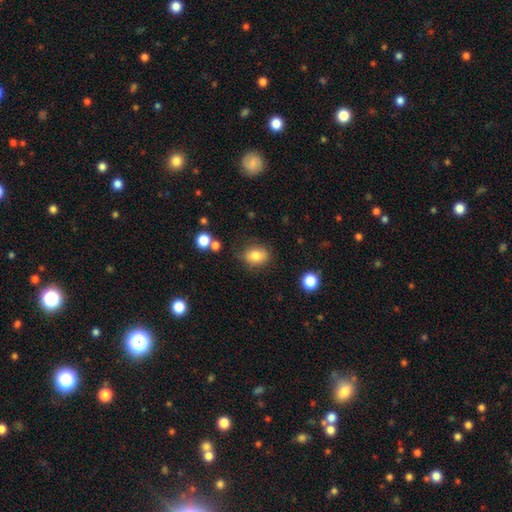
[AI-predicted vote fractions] smooth-or-featured: smooth: 82% | star or artifact: 10% | featured or disk: 9%
  how-rounded: in between: 59% | round: 40% | cigar-shaped: 1%
  merging: none: 78% | minor disturbance: 15% | major disturbance: 4% | merger: 3%